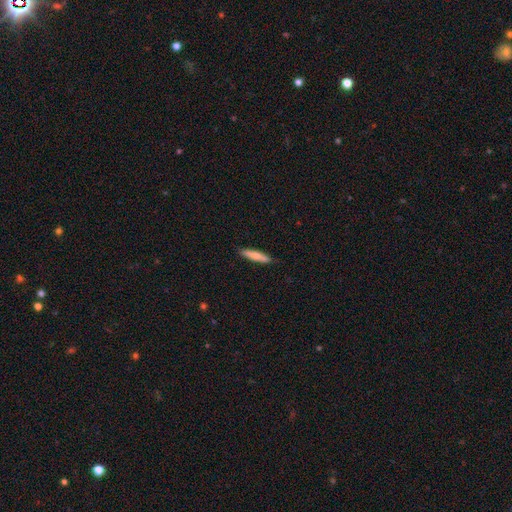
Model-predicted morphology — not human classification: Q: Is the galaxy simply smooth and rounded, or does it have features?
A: smooth — 71%.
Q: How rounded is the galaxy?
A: cigar-shaped — 86%.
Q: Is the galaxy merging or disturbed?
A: none — 88%.